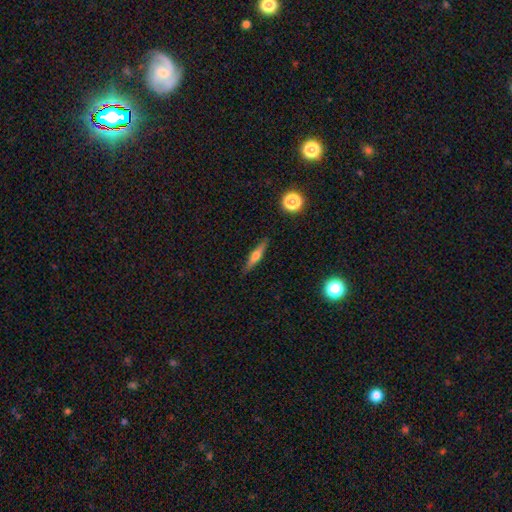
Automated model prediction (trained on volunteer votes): Smooth or featured? featured or disk (48%)
Merging? none (89%)